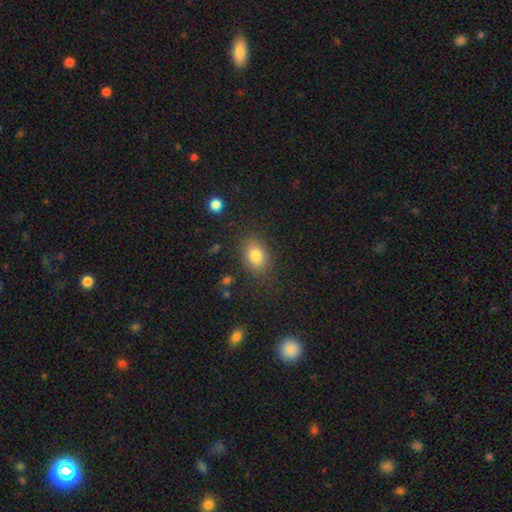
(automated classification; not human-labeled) A smooth galaxy with no disk features (81%) that is in between round and cigar-shaped (75%).

Vote fractions:
- Smooth or featured? smooth: 81% / star or artifact: 10% / featured or disk: 9%
- How rounded? in between: 75% / round: 23% / cigar-shaped: 1%
- Merging? none: 81% / minor disturbance: 12% / major disturbance: 5% / merger: 2%